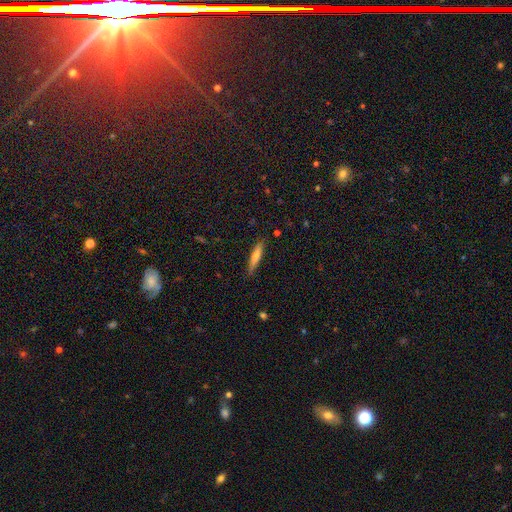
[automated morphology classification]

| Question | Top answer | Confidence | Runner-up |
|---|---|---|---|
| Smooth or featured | smooth | 60% | featured or disk (33%) |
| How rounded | cigar-shaped | 89% | in between (9%) |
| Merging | none | 84% | minor disturbance (12%) |